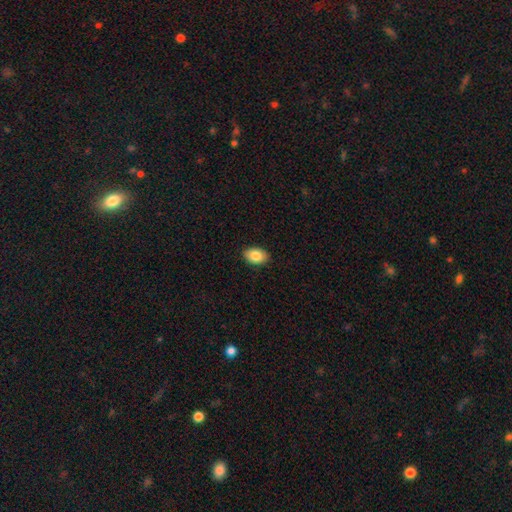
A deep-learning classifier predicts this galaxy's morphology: Smooth or featured: smooth — 85% (featured or disk — 8%)
How rounded: in between — 87% (round — 12%)
Merging: none — 89% (minor disturbance — 8%)